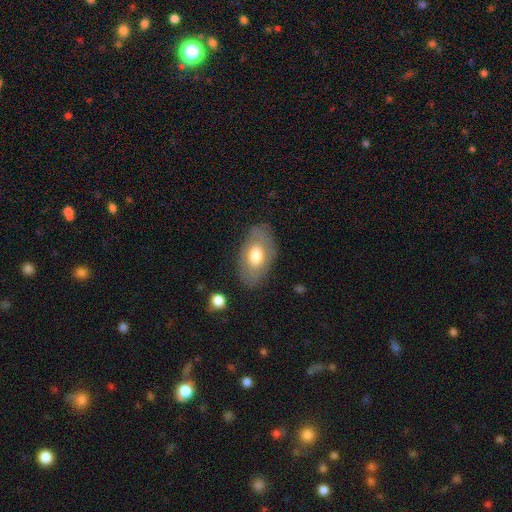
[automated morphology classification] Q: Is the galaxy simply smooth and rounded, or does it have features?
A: smooth — 63%.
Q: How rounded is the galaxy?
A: in between — 91%.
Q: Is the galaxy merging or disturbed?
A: none — 77%.